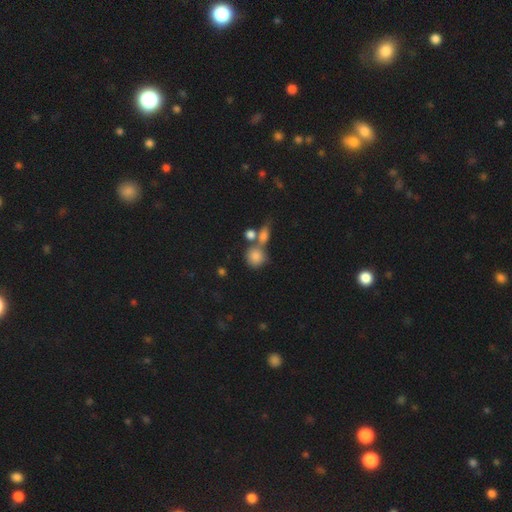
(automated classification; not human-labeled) Q: Smooth or featured?
A: smooth (78%); runner-up: featured or disk (11%)
Q: How rounded?
A: round (79%); runner-up: in between (19%)
Q: Merging?
A: none (47%); runner-up: merger (36%)